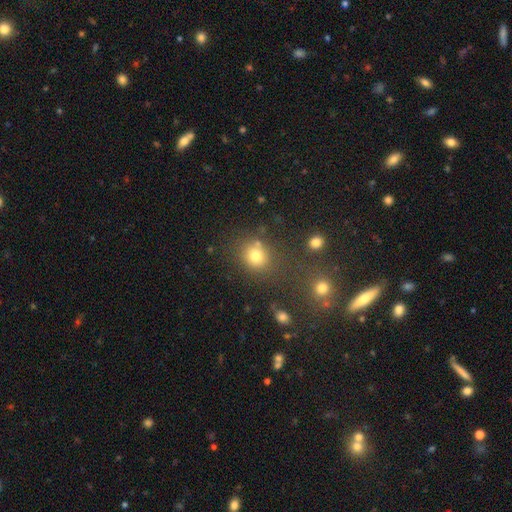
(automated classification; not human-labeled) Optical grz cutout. It shows a smooth galaxy with no disk features (76%) that is round (78%). Merging: none (71%).